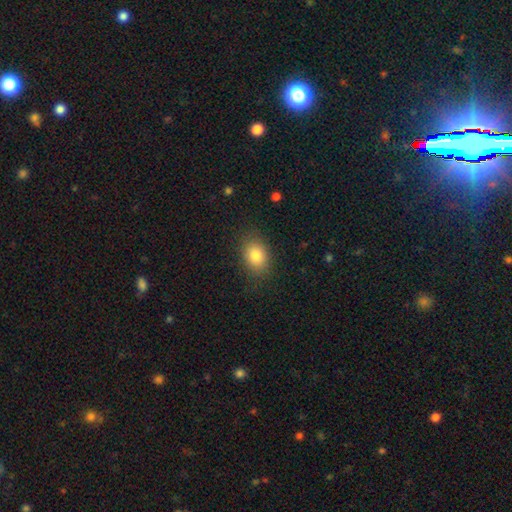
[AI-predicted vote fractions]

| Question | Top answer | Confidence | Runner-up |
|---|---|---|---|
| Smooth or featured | smooth | 83% | star or artifact (9%) |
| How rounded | in between | 69% | round (30%) |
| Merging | none | 84% | minor disturbance (11%) |